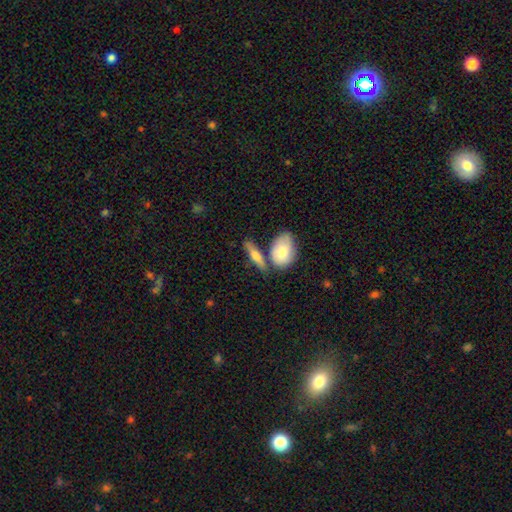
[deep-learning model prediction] smooth 66%, featured or disk 28%, star or artifact 6%. Down the decision tree: how rounded — in between (51%); merging — none (58%).